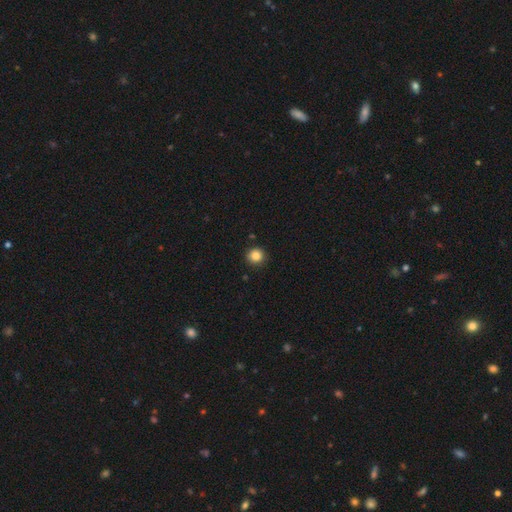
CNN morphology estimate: type=smooth (85%); roundness=round (93%); merging=none (91%).